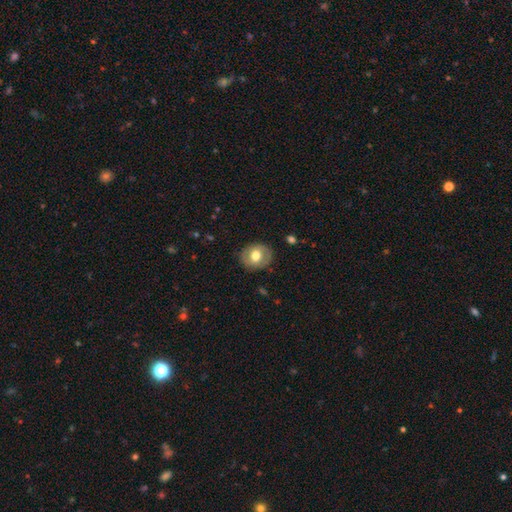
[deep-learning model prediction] This appears to be a smooth galaxy with no disk features (63%) that is round (63%). Merging: none (85%).